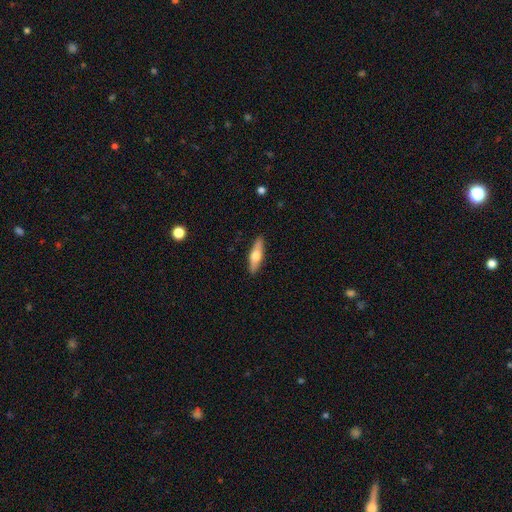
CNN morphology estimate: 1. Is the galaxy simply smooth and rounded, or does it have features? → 52% smooth, 42% featured or disk, 6% star or artifact.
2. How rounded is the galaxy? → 57% cigar-shaped, 41% in between, 3% round.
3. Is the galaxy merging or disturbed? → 90% none, 8% minor disturbance, 2% major disturbance, 1% merger.